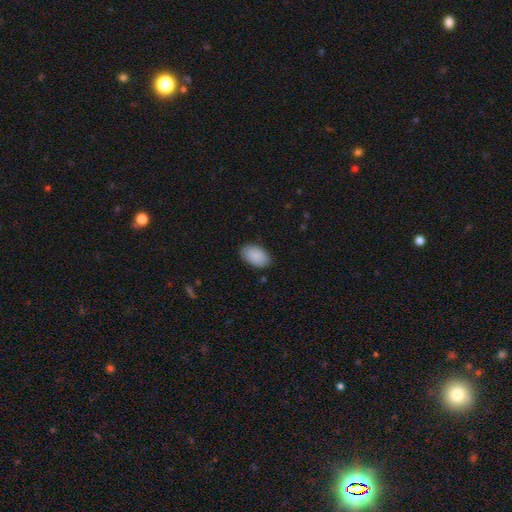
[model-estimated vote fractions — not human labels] smooth-or-featured: smooth: 90% | star or artifact: 6% | featured or disk: 4%
  how-rounded: in between: 94% | round: 5% | cigar-shaped: 1%
  merging: none: 86% | minor disturbance: 10% | major disturbance: 2% | merger: 1%